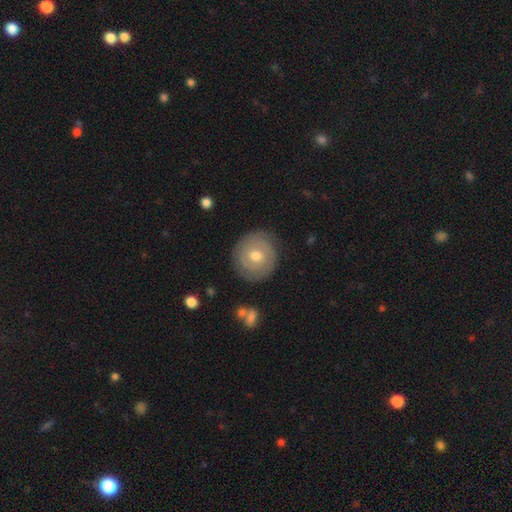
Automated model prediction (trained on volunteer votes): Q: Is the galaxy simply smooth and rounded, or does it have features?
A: featured or disk — 60%.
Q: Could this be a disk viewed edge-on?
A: no — 97%.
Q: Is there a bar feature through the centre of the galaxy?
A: no — 72%.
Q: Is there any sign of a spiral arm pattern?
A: yes — 74%.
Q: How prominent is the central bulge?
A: moderate — 74%.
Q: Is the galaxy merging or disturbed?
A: none — 84%.